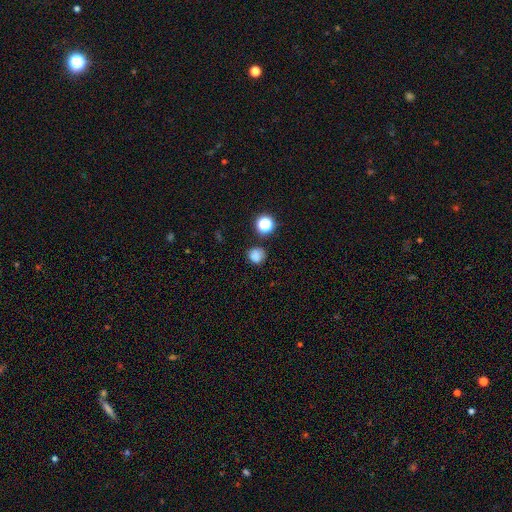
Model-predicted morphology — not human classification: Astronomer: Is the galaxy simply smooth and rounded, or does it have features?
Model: smooth — 78%.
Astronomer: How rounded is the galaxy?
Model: round — 87%.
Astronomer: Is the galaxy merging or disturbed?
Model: none — 77%.